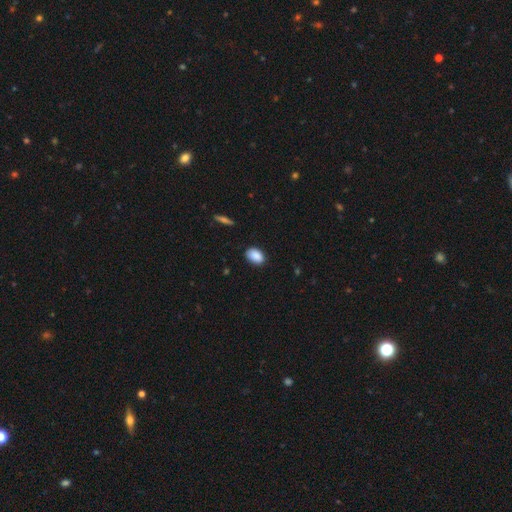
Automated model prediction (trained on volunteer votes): Smooth or featured?
  - smooth: 89% *
  - star or artifact: 7%
  - featured or disk: 4%
How rounded?
  - in between: 86% *
  - round: 12%
  - cigar-shaped: 1%
Merging?
  - none: 85% *
  - minor disturbance: 12%
  - major disturbance: 2%
  - merger: 1%